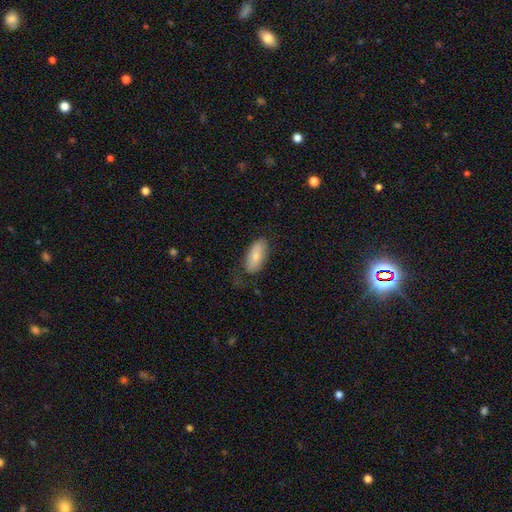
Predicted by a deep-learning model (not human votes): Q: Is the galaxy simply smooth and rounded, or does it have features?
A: smooth — 74%.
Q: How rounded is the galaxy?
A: in between — 91%.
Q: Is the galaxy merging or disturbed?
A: none — 69%.